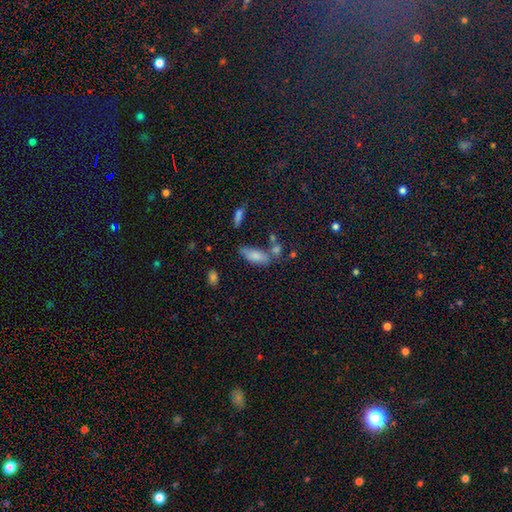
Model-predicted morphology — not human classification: Smooth or featured: smooth — 78% (featured or disk — 13%)
How rounded: in between — 73% (cigar-shaped — 24%)
Merging: none — 49% (minor disturbance — 23%)